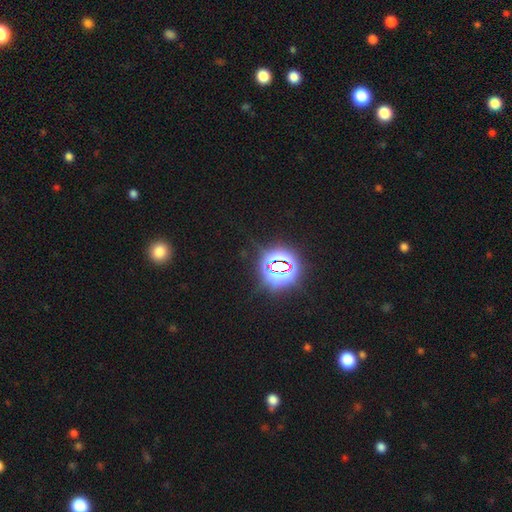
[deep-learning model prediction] Smooth or featured? star or artifact (83%)